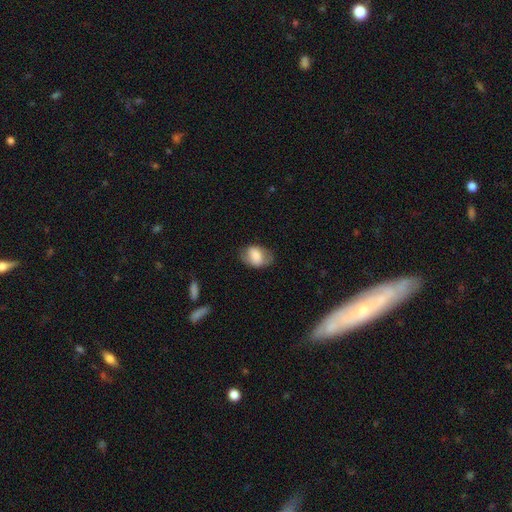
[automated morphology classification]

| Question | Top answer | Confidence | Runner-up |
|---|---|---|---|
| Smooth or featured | smooth | 73% | featured or disk (20%) |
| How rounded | in between | 80% | round (19%) |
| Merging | none | 59% | minor disturbance (28%) |